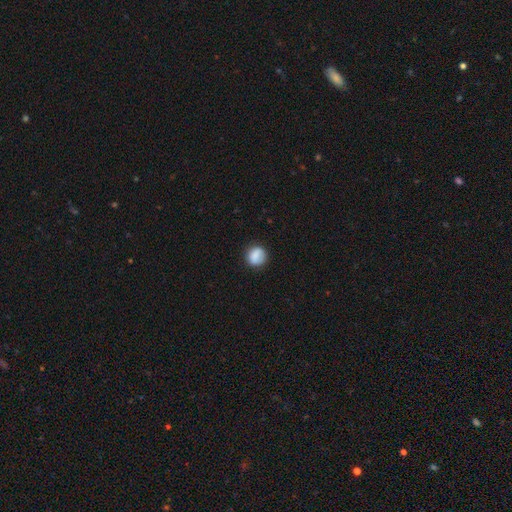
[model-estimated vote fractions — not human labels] Overall: smooth (84%). How rounded: round (87%). Merging: none (81%).